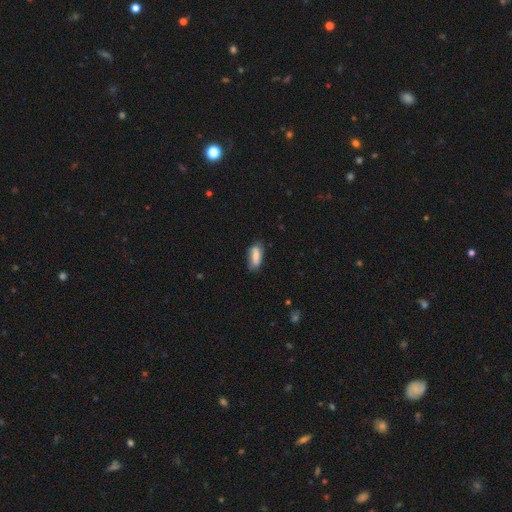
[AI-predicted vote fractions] A smooth galaxy with no disk features (68%) that is in between round and cigar-shaped (81%).

Vote fractions:
- Smooth or featured? smooth: 68% / featured or disk: 25% / star or artifact: 7%
- How rounded? in between: 81% / cigar-shaped: 16% / round: 3%
- Merging? none: 71% / minor disturbance: 23% / major disturbance: 5% / merger: 2%